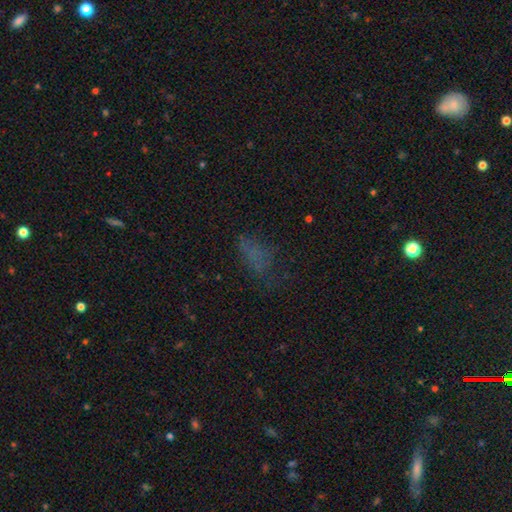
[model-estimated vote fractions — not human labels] Overall: smooth (58%; star or artifact 24%). How rounded: in between (79%). Merging: none (47%; major disturbance 26%).